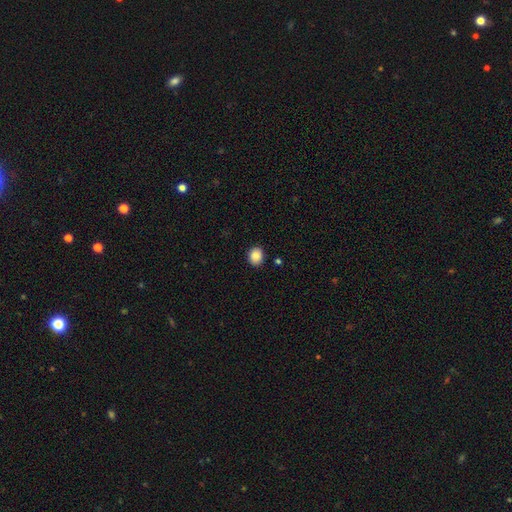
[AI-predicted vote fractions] A smooth galaxy with no disk features (88%) that is round (69%). Merging: none (90%).